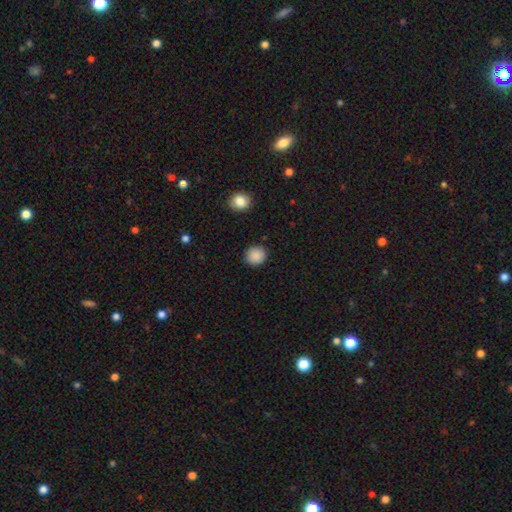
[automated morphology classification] A smooth galaxy with no disk features (88%) that is round (88%). Merging: none (90%).